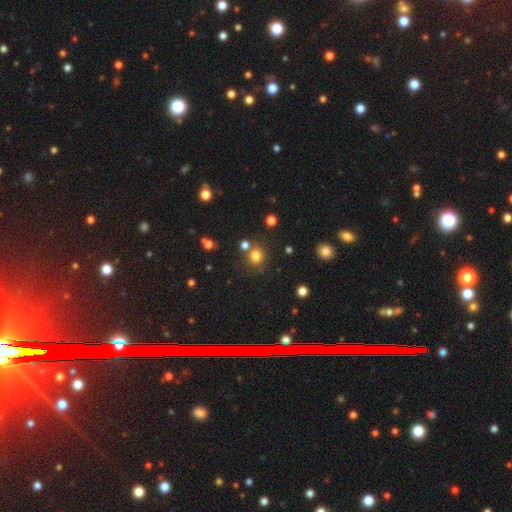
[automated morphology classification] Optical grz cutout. It shows a smooth galaxy with no disk features (77%) that is round (85%). Merging: none (74%).